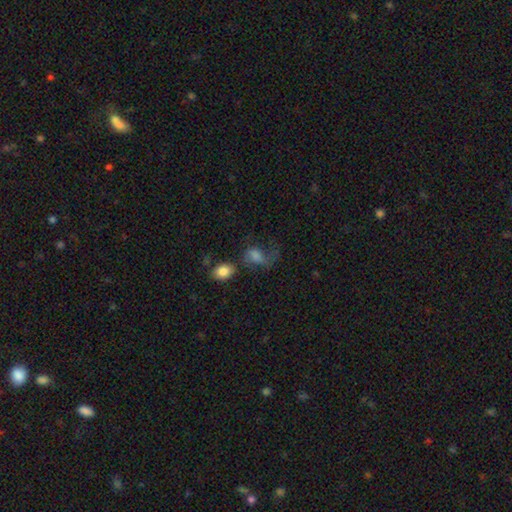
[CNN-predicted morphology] A smooth galaxy with no disk features (56%) that is in between round and cigar-shaped (71%). Merging: major disturbance (38%).